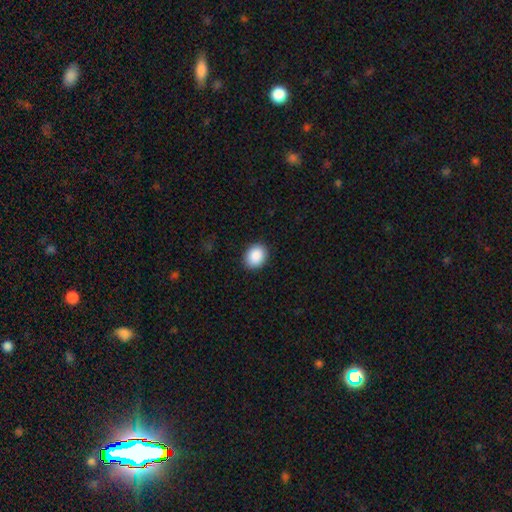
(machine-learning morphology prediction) Smooth or featured?
  - smooth: 89% *
  - star or artifact: 7%
  - featured or disk: 3%
How rounded?
  - in between: 50% *
  - round: 49%
  - cigar-shaped: 1%
Merging?
  - none: 90% *
  - minor disturbance: 7%
  - major disturbance: 2%
  - merger: 1%